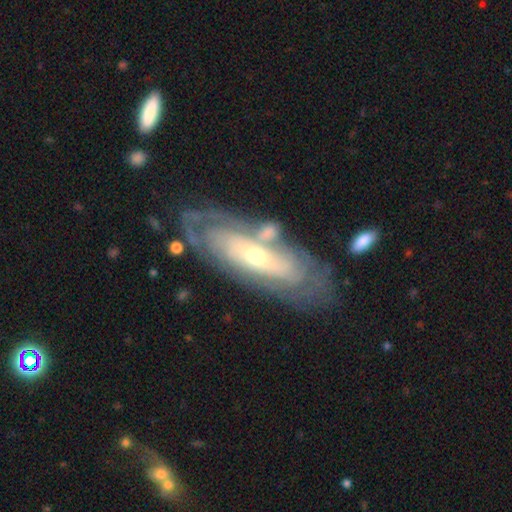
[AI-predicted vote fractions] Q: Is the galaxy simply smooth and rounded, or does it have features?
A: featured or disk — 79%.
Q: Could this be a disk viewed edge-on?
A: no — 83%.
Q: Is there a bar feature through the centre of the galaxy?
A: no — 72%.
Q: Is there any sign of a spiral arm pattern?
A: yes — 76%.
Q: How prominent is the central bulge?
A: small — 51%.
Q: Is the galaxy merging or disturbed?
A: none — 70%.